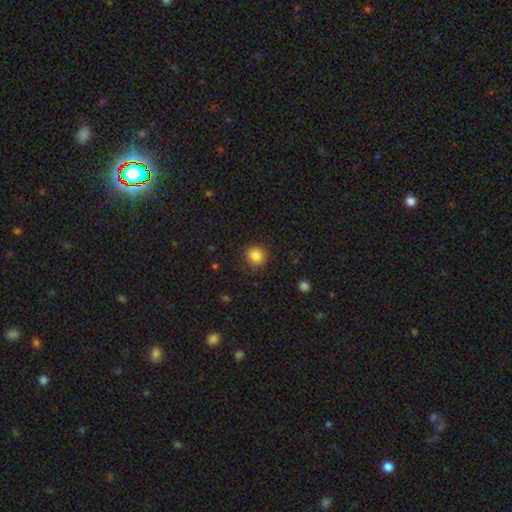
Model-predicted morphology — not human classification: Overall: smooth (85%). How rounded: round (89%). Merging: none (87%).